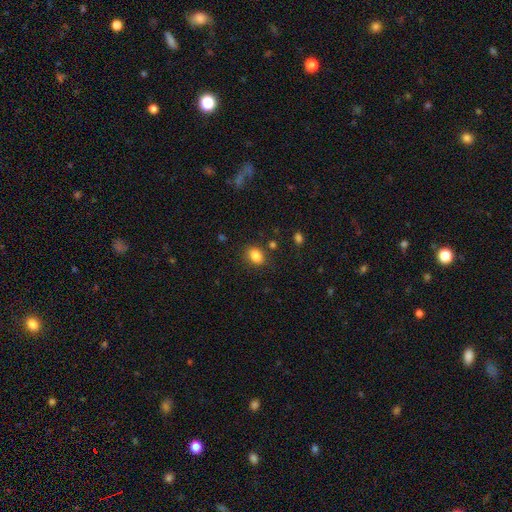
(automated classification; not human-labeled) A smooth galaxy with no disk features (85%) that is in between round and cigar-shaped (70%). Merging: none (81%).